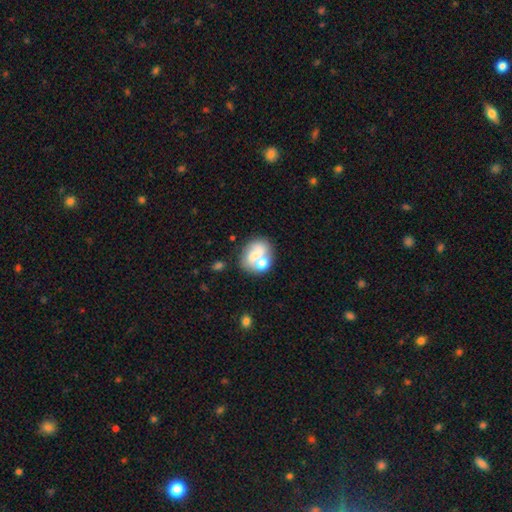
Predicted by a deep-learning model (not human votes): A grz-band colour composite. It shows a smooth galaxy with no disk features (55%) that is in between round and cigar-shaped (54%). Merging: none (38%).